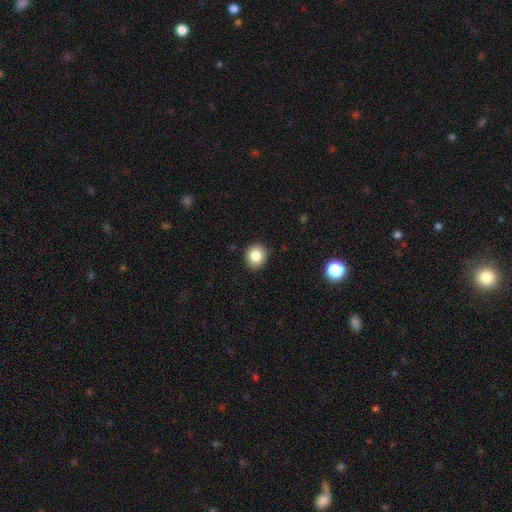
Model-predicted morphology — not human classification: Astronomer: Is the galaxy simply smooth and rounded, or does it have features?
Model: smooth — 85%.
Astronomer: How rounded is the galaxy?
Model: round — 80%.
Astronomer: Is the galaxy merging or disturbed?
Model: none — 90%.